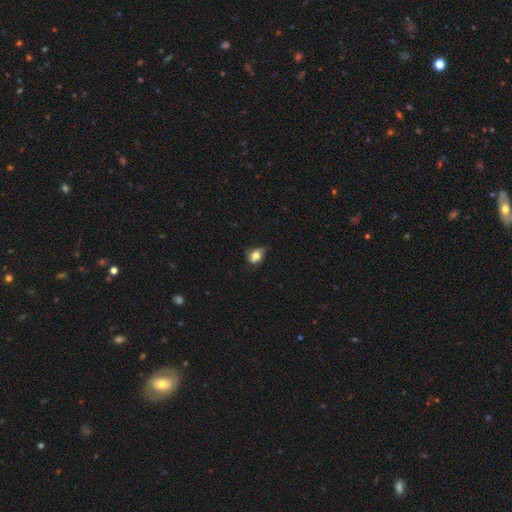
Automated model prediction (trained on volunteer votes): Overall: smooth (72%). How rounded: in between (65%; round 33%). Merging: none (42%; minor disturbance 38%).